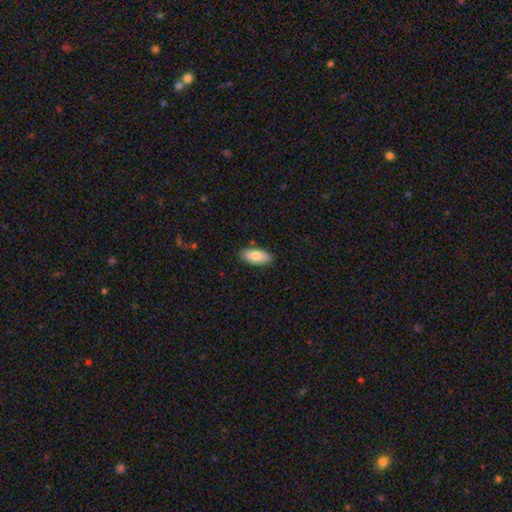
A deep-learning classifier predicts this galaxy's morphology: smooth 83%, featured or disk 11%, star or artifact 6%. Down the decision tree: how rounded — in between (86%); merging — none (86%).